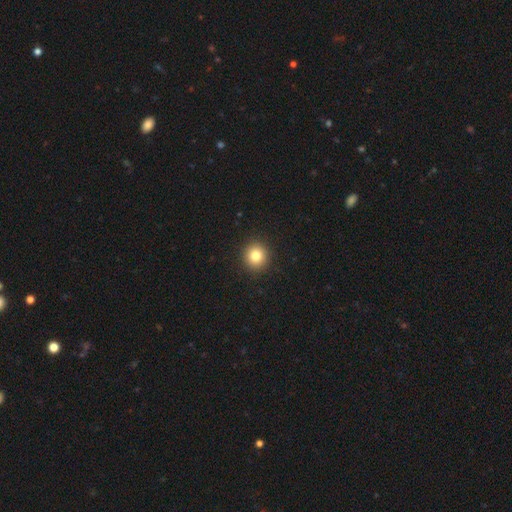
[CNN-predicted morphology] This appears to be a smooth galaxy with no disk features (83%) that is round (90%). Merging: none (92%).